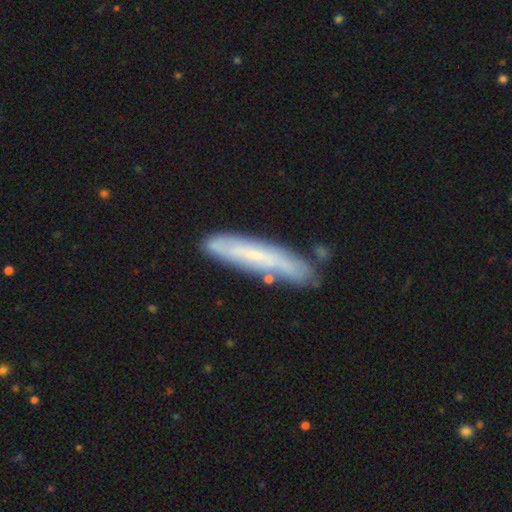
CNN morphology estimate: This appears to be a featured or disk galaxy (49%). Merging: none (76%).